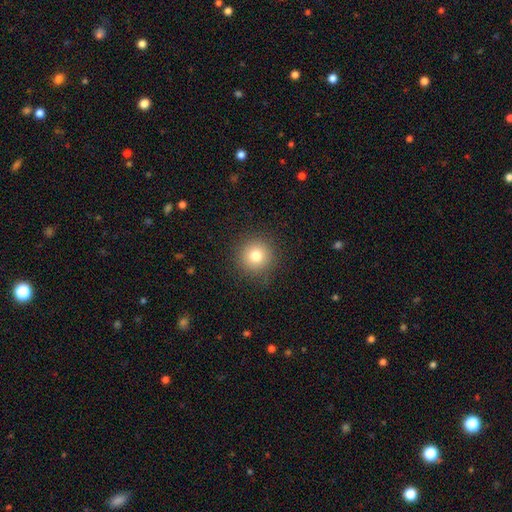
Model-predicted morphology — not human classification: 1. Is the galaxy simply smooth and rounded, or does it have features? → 79% smooth, 12% star or artifact, 9% featured or disk.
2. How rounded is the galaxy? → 95% round, 5% in between, 1% cigar-shaped.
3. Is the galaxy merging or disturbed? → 89% none, 7% minor disturbance, 3% major disturbance, 1% merger.